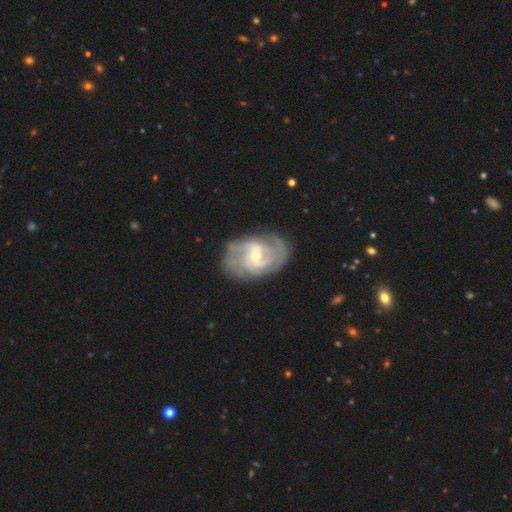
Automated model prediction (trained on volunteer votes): Overall: featured or disk (88%). Edge-on disk: no (97%). Bar: weak (48%; no 35%). Spiral arms: yes (96%). Spiral arm count: 2 (45%; 3 20%). Spiral winding: tight (49%; medium 41%). Bulge size: small (53%; moderate 44%). Merging: none (75%).